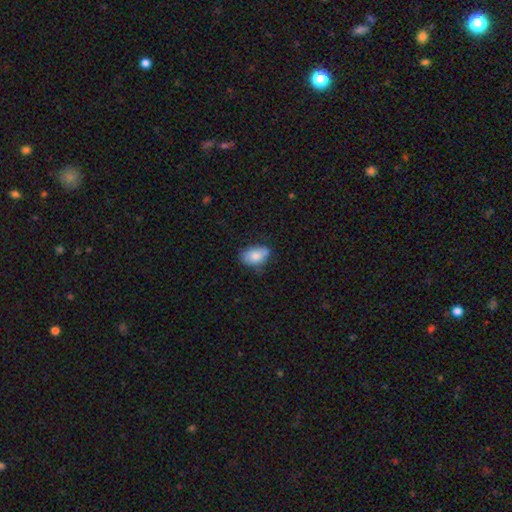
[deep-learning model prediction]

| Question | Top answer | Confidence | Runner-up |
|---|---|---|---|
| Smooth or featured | smooth | 79% | featured or disk (13%) |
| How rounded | in between | 84% | round (14%) |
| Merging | none | 54% | minor disturbance (30%) |